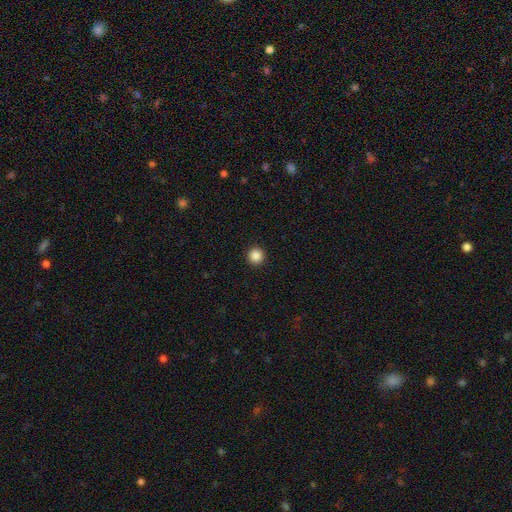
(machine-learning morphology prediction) A smooth galaxy with no disk features (87%) that is round (96%). Merging: none (94%).